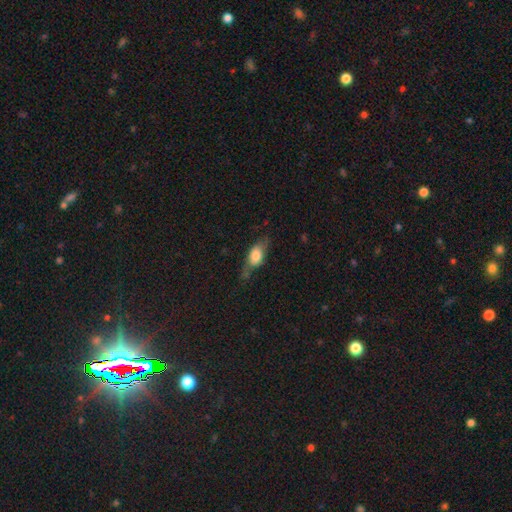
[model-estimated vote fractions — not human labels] smooth_or_featured: smooth (p=0.69) [alt: featured or disk p=0.24]
how_rounded: in between (p=0.80) [alt: cigar-shaped p=0.14]
merging: none (p=0.52) [alt: minor disturbance p=0.30]